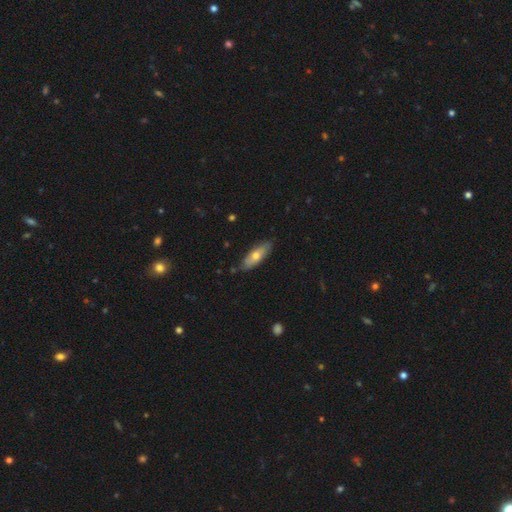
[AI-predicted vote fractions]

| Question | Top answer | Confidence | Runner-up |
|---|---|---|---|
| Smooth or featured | smooth | 60% | featured or disk (34%) |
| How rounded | in between | 56% | cigar-shaped (41%) |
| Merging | none | 83% | minor disturbance (14%) |